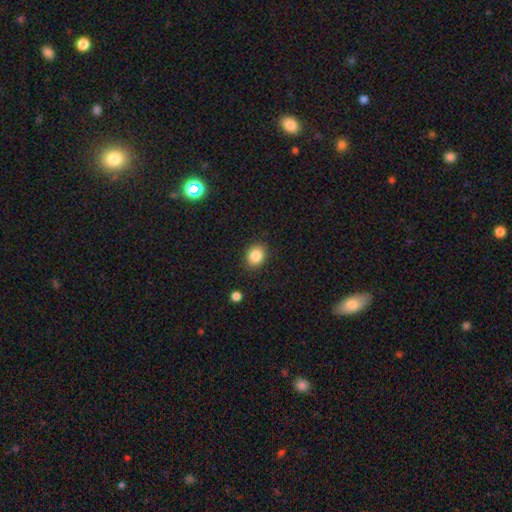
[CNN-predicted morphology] Smooth or featured?
  - smooth: 85% *
  - star or artifact: 10%
  - featured or disk: 5%
How rounded?
  - round: 60% *
  - in between: 39%
  - cigar-shaped: 1%
Merging?
  - none: 87% *
  - minor disturbance: 9%
  - major disturbance: 2%
  - merger: 2%